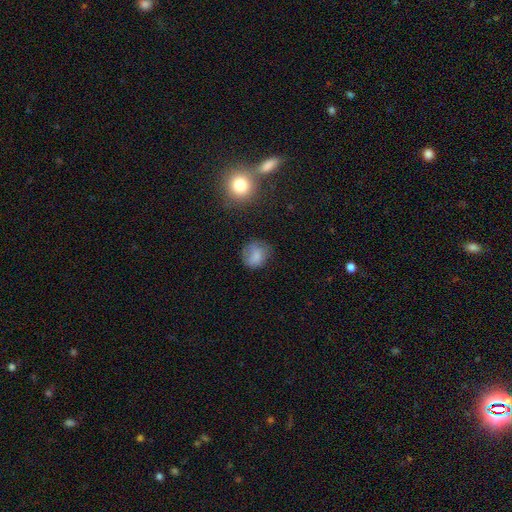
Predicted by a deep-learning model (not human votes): smooth_or_featured: smooth (p=0.79) [alt: featured or disk p=0.11]
how_rounded: round (p=0.79) [alt: in between p=0.19]
merging: none (p=0.66) [alt: minor disturbance p=0.23]